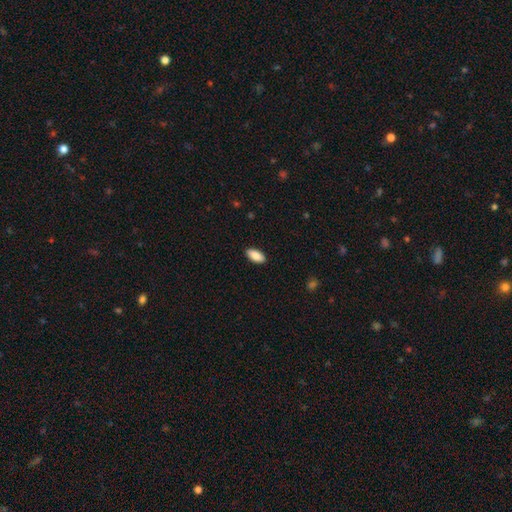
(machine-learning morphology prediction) Smooth or featured: smooth — 89% (star or artifact — 6%)
How rounded: in between — 90% (cigar-shaped — 8%)
Merging: none — 90% (minor disturbance — 8%)